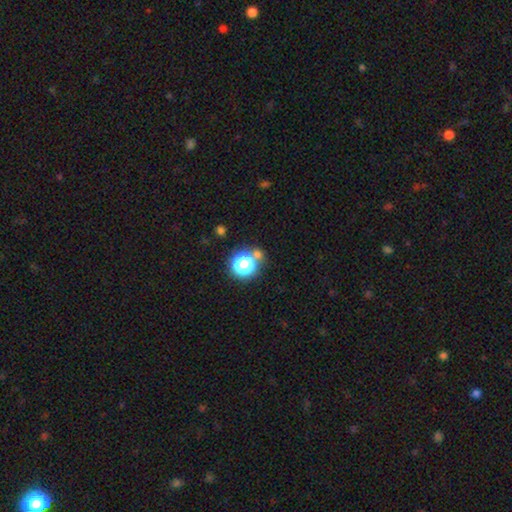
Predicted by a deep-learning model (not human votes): This is possibly a star or artifact rather than a galaxy (49%).